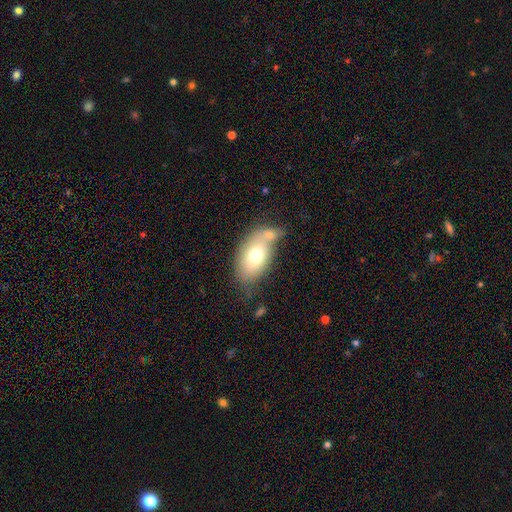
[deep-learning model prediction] A smooth galaxy with no disk features (69%) that is in between round and cigar-shaped (88%). Merging: none (39%).